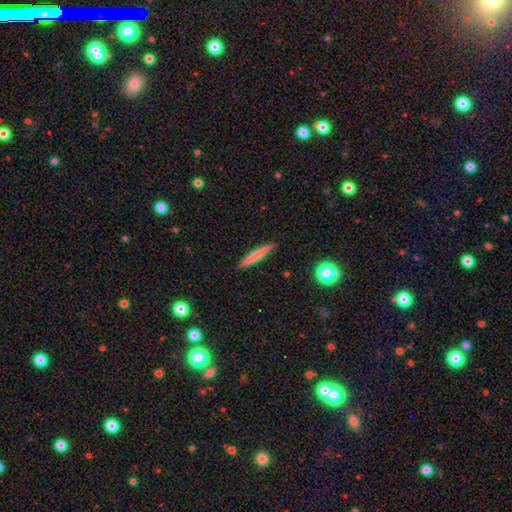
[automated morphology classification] A smooth galaxy with no disk features (71%) that is cigar-shaped (94%).

Vote fractions:
- Smooth or featured? smooth: 71% / featured or disk: 23% / star or artifact: 7%
- How rounded? cigar-shaped: 94% / in between: 5% / round: 1%
- Merging? none: 90% / minor disturbance: 7% / major disturbance: 2% / merger: 1%